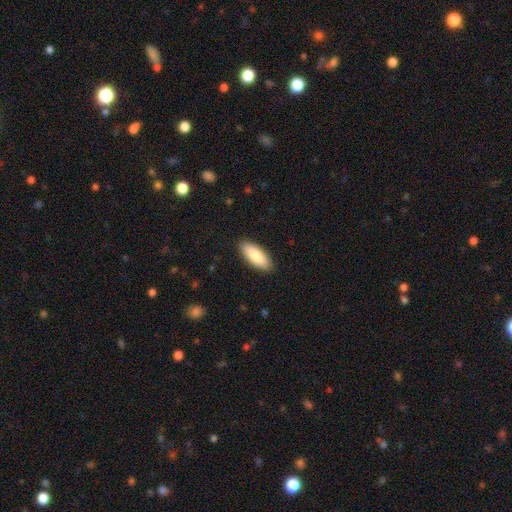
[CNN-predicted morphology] This is clearly a smooth galaxy (83%). How rounded: likely in between (80%). Merging: clearly none (89%).